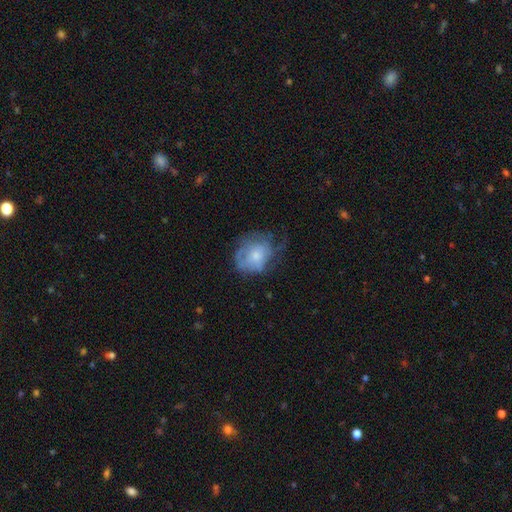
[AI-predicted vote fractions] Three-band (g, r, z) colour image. It shows a featured or disk galaxy (46%, tied with smooth). Merging: none (41%).